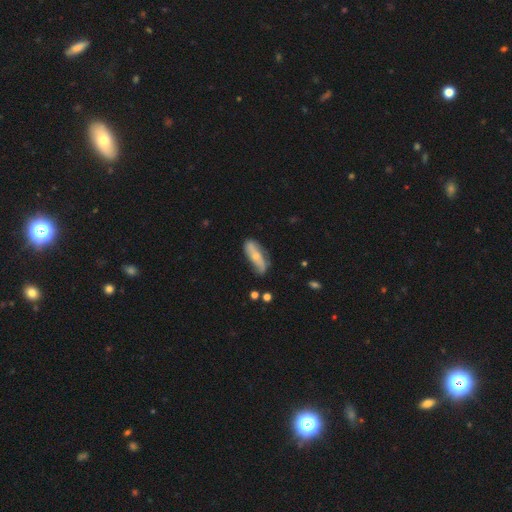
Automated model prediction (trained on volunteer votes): A featured or disk galaxy (47%). Merging: none (56%).